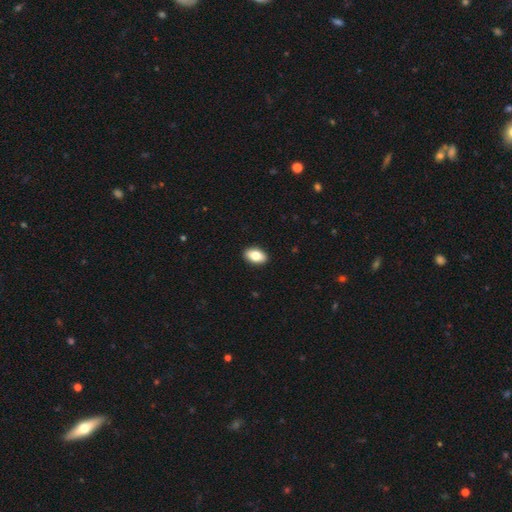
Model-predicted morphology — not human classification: Smooth or featured: smooth — 81% (featured or disk — 12%)
How rounded: in between — 91% (round — 7%)
Merging: none — 91% (minor disturbance — 7%)